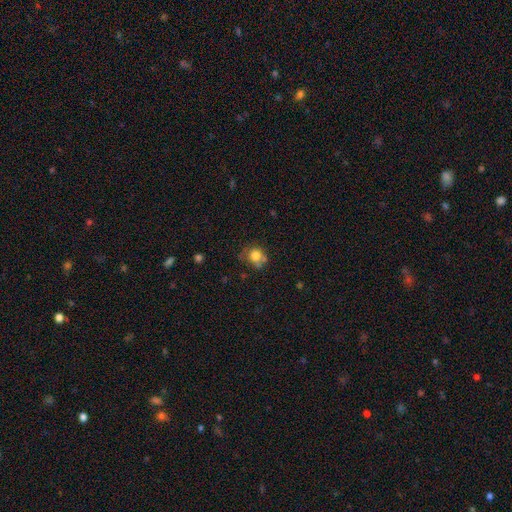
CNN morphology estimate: The model was most divided on "merging": none: 51%, minor disturbance: 21%, merger: 19%, major disturbance: 9%. More confident: how rounded — round (79%); smooth or featured — smooth (75%).